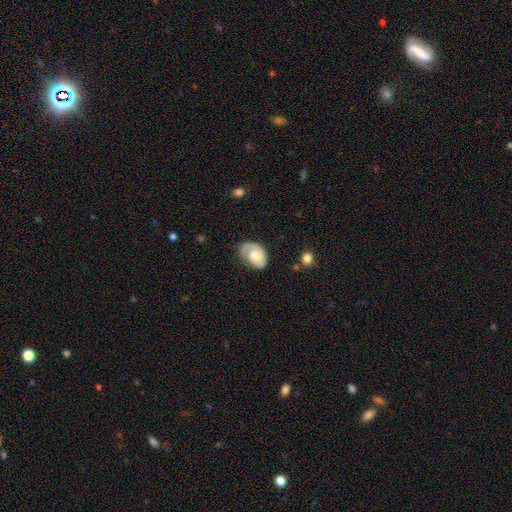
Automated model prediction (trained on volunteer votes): Smooth or featured: featured or disk — 52% (smooth — 41%)
Edge-on disk: no — 96% (yes — 4%)
Bar: no — 69% (weak — 27%)
Spiral arms: yes — 84% (no — 16%)
Bulge size: moderate — 47% (small — 29%)
Merging: none — 57% (minor disturbance — 29%)